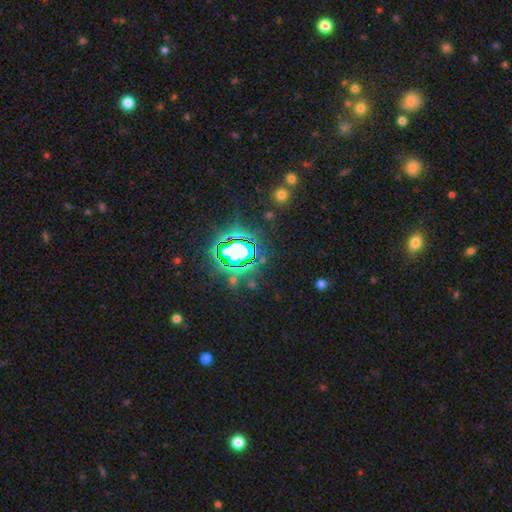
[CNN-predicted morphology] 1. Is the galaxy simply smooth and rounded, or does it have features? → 82% star or artifact, 11% smooth, 7% featured or disk.